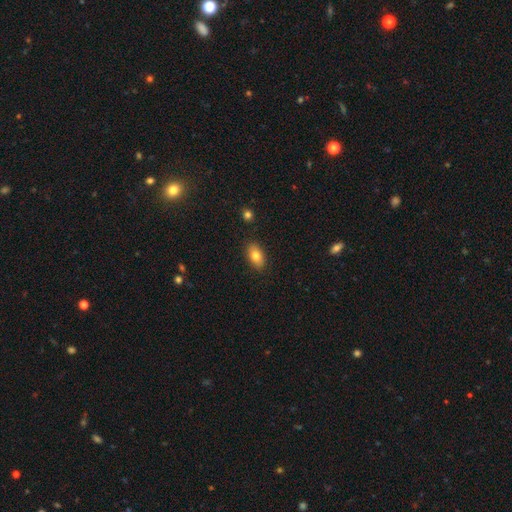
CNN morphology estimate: A smooth galaxy with no disk features (80%) that is in between round and cigar-shaped (89%). Merging: none (87%).